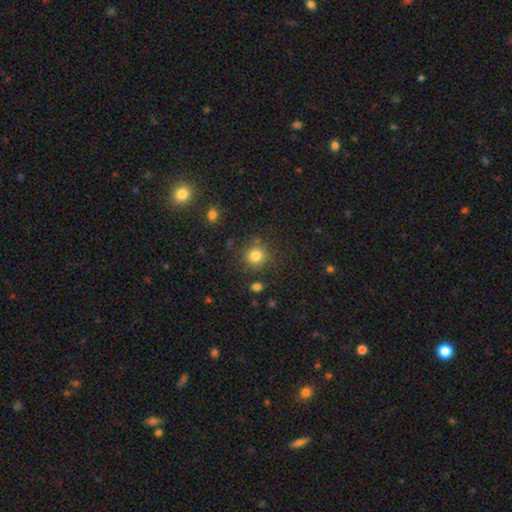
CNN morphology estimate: smooth-or-featured: smooth: 82% | star or artifact: 12% | featured or disk: 6%
  how-rounded: round: 89% | in between: 10% | cigar-shaped: 1%
  merging: none: 82% | minor disturbance: 10% | merger: 4% | major disturbance: 4%